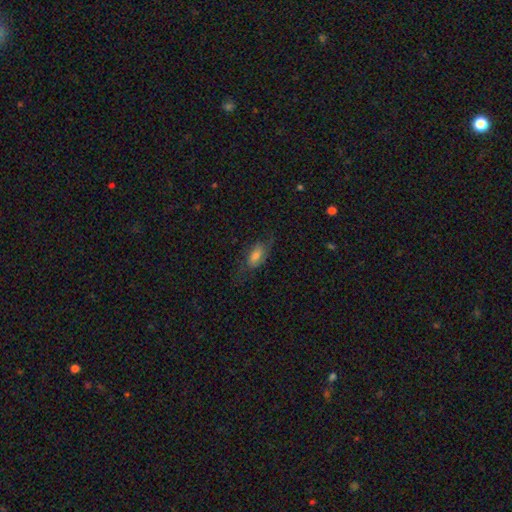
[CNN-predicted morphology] smooth 52%, featured or disk 38%, star or artifact 10%. Down the decision tree: how rounded — in between (84%); merging — none (61%).